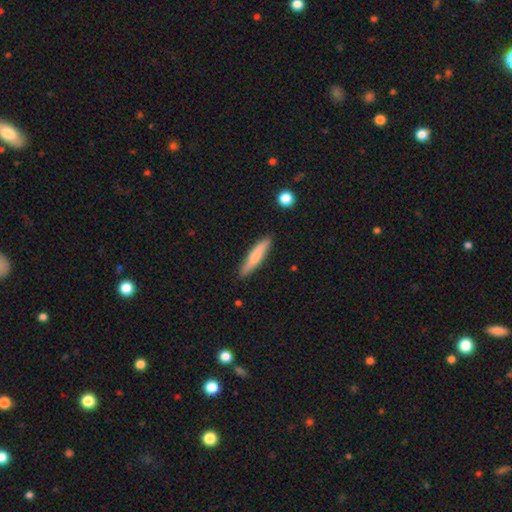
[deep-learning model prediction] Smooth or featured? smooth (73%)
How rounded? cigar-shaped (86%)
Merging? none (88%)